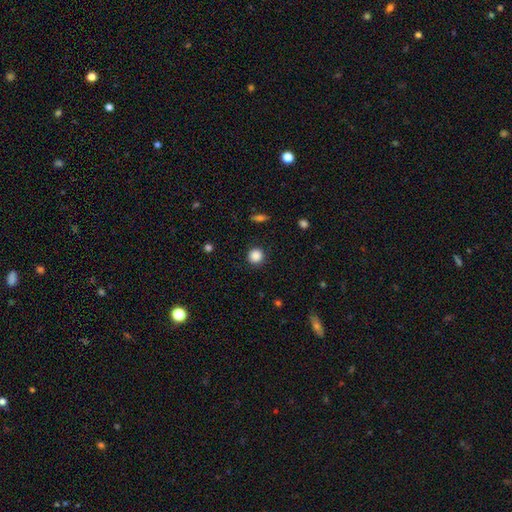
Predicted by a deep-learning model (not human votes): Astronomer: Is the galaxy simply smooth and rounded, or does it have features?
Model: smooth — 87%.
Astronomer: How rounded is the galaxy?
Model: round — 93%.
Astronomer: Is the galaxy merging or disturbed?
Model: none — 90%.